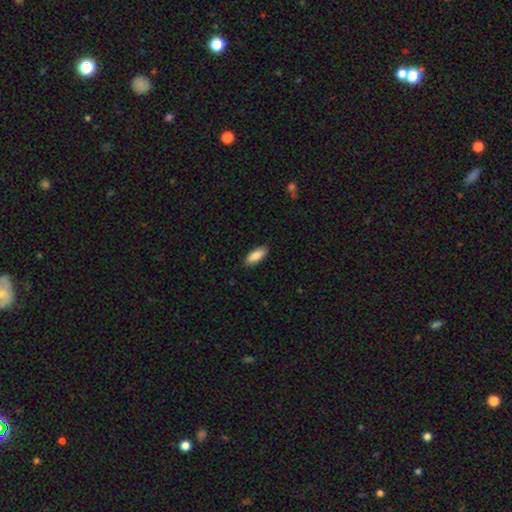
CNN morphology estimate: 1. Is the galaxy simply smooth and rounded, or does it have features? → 88% smooth, 6% featured or disk, 6% star or artifact.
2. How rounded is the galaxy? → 79% in between, 19% cigar-shaped, 2% round.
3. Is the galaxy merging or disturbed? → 88% none, 9% minor disturbance, 2% major disturbance, 1% merger.